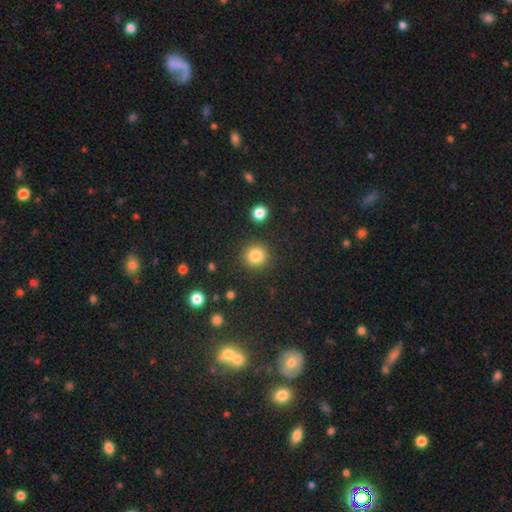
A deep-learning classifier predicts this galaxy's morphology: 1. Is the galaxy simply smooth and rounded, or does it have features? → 84% smooth, 11% star or artifact, 5% featured or disk.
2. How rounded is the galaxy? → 92% round, 7% in between, 1% cigar-shaped.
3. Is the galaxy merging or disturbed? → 89% none, 6% minor disturbance, 3% major disturbance, 2% merger.